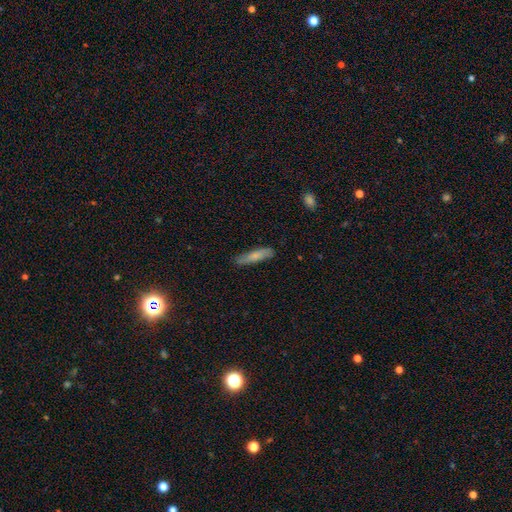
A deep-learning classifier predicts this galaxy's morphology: The model was most divided on "smooth or featured": smooth: 72%, featured or disk: 22%, star or artifact: 6%. More confident: how rounded — cigar-shaped (84%); merging — none (82%).